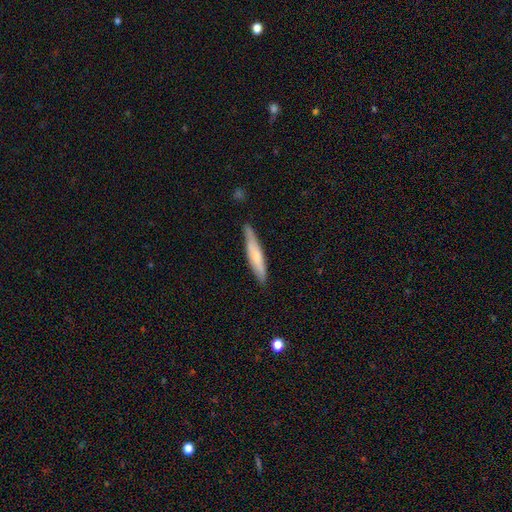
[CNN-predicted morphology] smooth 59%, featured or disk 36%, star or artifact 6%. Down the decision tree: how rounded — cigar-shaped (90%); merging — none (81%).